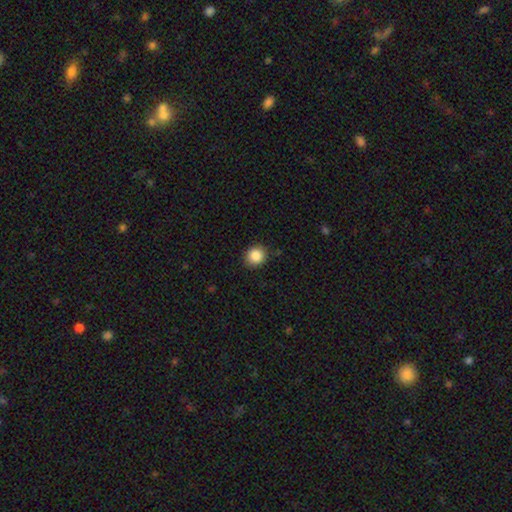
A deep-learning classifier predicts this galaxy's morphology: Q: Smooth or featured?
A: smooth (87%); runner-up: star or artifact (9%)
Q: How rounded?
A: round (81%); runner-up: in between (18%)
Q: Merging?
A: none (87%); runner-up: minor disturbance (9%)